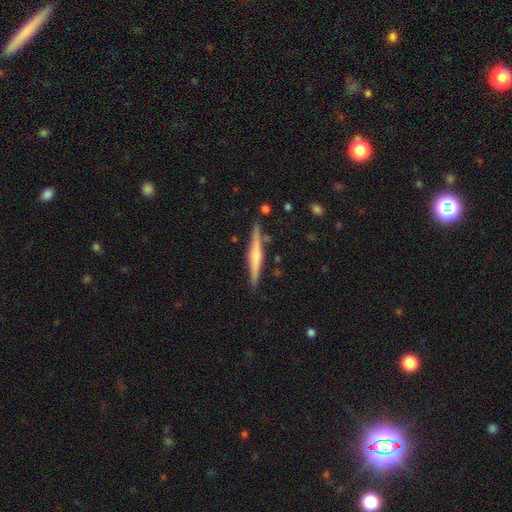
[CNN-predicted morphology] This appears to be a featured or disk galaxy (63%) viewed edge-on (98%) with a rounded central bulge (59%). Merging: none (87%).